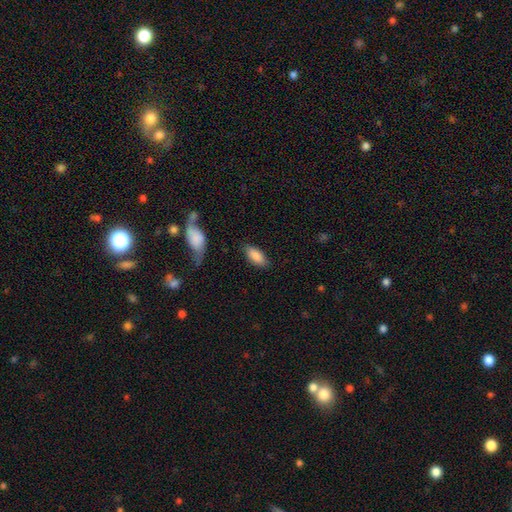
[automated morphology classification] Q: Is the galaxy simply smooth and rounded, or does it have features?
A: smooth — 86%.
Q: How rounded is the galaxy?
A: in between — 89%.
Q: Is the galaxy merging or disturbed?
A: none — 78%.